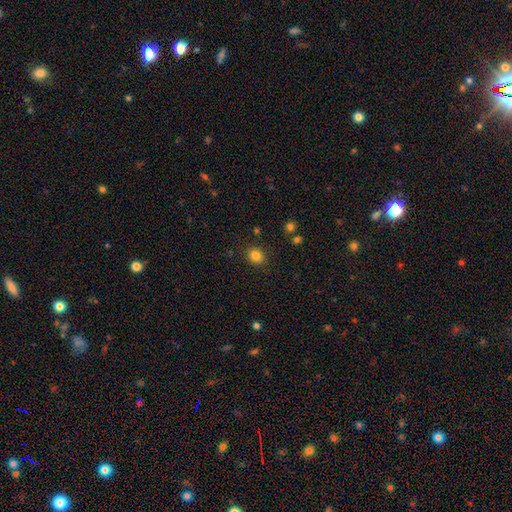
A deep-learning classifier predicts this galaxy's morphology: Smooth or featured: smooth — 82% (star or artifact — 12%)
How rounded: round — 70% (in between — 29%)
Merging: none — 87% (minor disturbance — 8%)